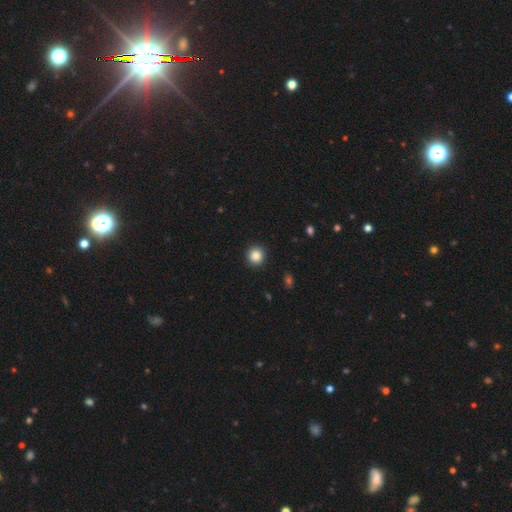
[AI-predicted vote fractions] The model was most divided on "smooth or featured": smooth: 86%, star or artifact: 10%, featured or disk: 4%. More confident: how rounded — round (94%); merging — none (93%).